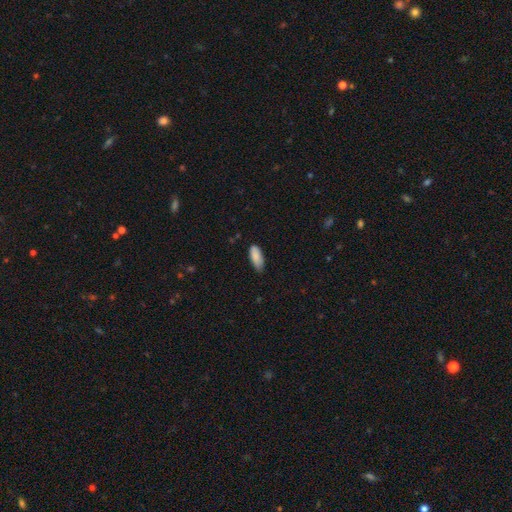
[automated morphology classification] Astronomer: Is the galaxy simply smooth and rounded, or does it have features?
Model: smooth — 87%.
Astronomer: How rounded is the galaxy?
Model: in between — 83%.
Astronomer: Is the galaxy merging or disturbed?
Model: none — 64%.